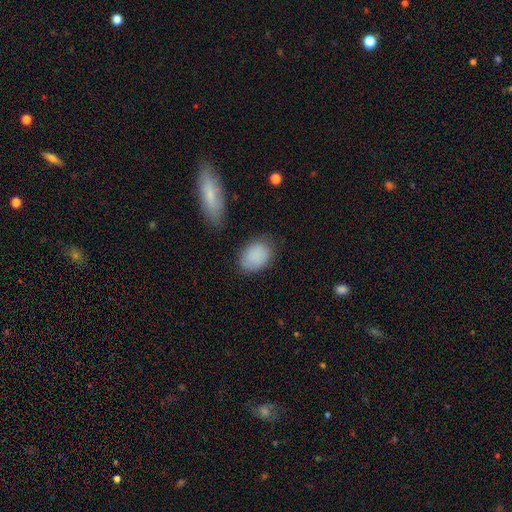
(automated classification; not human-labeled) The model was most divided on "merging": none: 75%, minor disturbance: 17%, major disturbance: 5%, merger: 3%. More confident: smooth or featured — smooth (87%); how rounded — in between (80%).